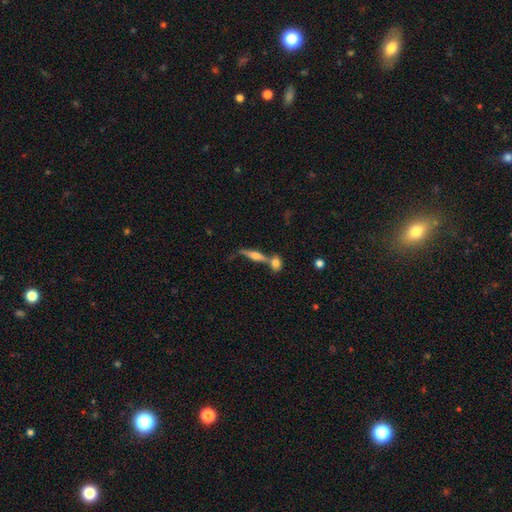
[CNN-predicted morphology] This appears to be a featured or disk galaxy (55%) viewed edge-on (92%) with a rounded central bulge (88%). Merging: none (52%).